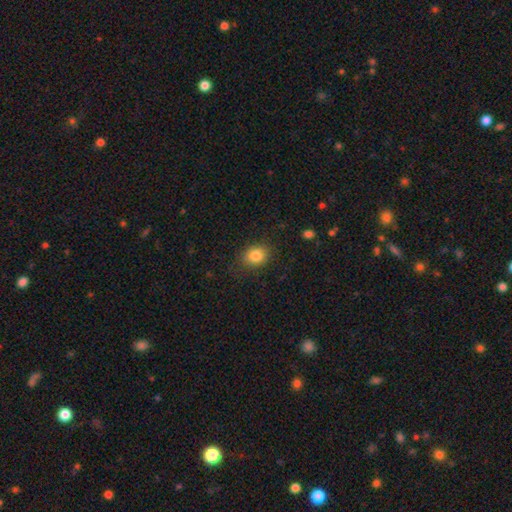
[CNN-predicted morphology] Smooth or featured: smooth — 83% (star or artifact — 10%)
How rounded: round — 50% (in between — 49%)
Merging: none — 83% (minor disturbance — 12%)